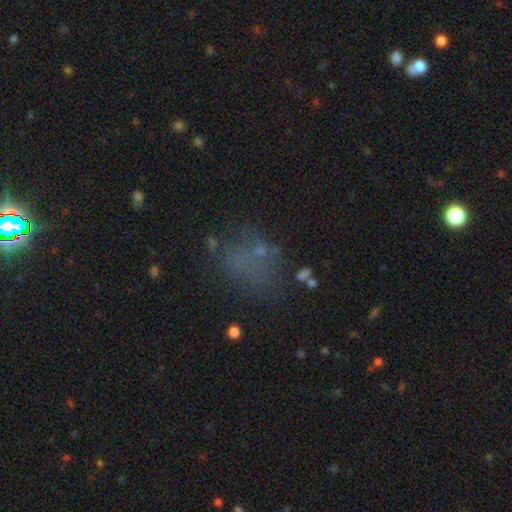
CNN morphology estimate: Smooth or featured: smooth — 48% (star or artifact — 30%)
Merging: none — 51% (major disturbance — 22%)